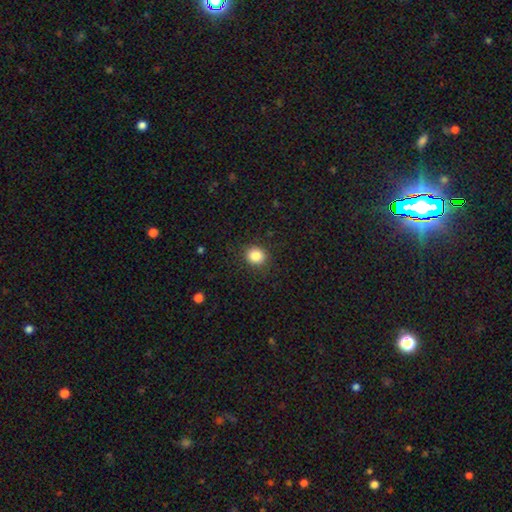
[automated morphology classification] smooth 85%, star or artifact 10%, featured or disk 5%. Down the decision tree: how rounded — round (82%); merging — none (89%).